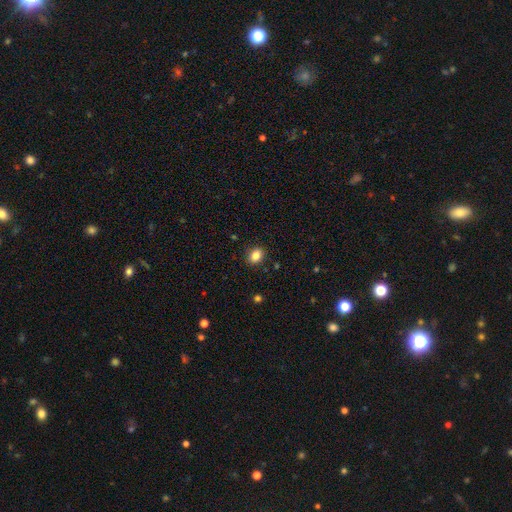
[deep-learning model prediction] Smooth or featured? smooth (84%)
How rounded? in between (57%)
Merging? none (88%)